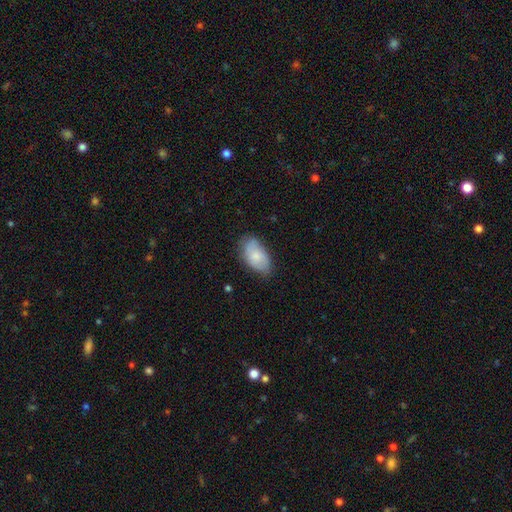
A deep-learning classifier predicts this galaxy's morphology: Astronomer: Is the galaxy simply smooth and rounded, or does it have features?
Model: smooth — 72%.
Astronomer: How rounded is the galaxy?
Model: in between — 94%.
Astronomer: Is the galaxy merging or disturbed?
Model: none — 65%.